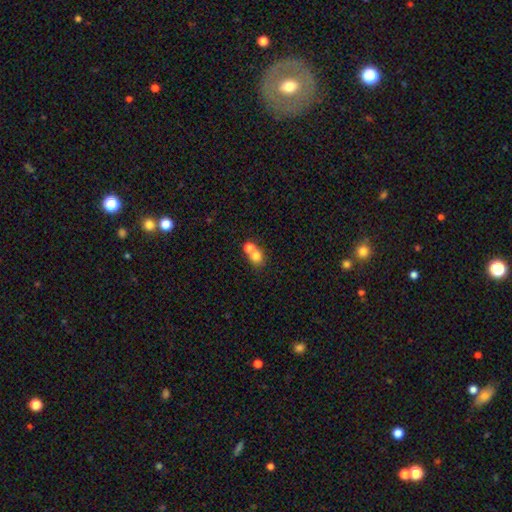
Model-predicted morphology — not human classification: Smooth or featured?
  - smooth: 75% *
  - star or artifact: 12%
  - featured or disk: 12%
How rounded?
  - round: 77% *
  - in between: 22%
  - cigar-shaped: 1%
Merging?
  - merger: 53% *
  - none: 38%
  - minor disturbance: 6%
  - major disturbance: 3%